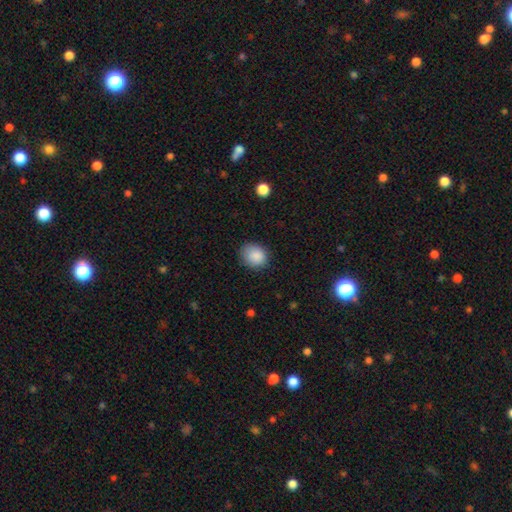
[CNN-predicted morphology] smooth-or-featured: smooth: 88% | star or artifact: 8% | featured or disk: 4%
  how-rounded: round: 62% | in between: 37% | cigar-shaped: 1%
  merging: none: 80% | minor disturbance: 16% | major disturbance: 3% | merger: 1%